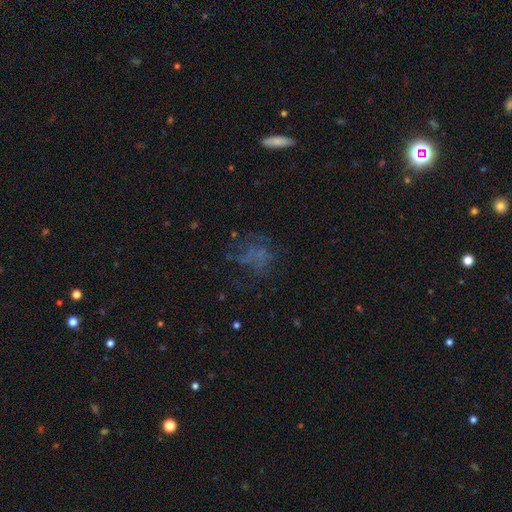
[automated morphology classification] Overall: featured or disk (40%; smooth 32%). Merging: none (52%; major disturbance 28%).